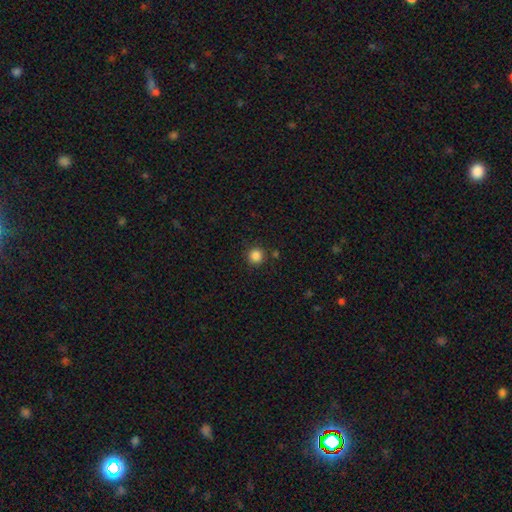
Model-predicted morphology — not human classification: Overall: smooth (85%). How rounded: round (95%). Merging: none (88%).